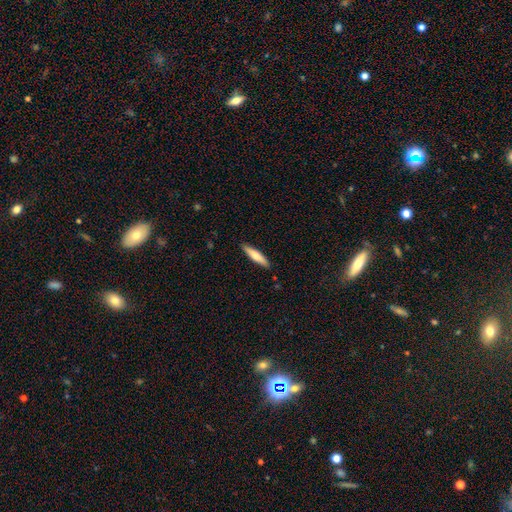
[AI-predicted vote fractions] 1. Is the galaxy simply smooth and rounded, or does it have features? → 70% smooth, 25% featured or disk, 5% star or artifact.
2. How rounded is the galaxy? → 83% cigar-shaped, 15% in between, 1% round.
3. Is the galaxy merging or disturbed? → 89% none, 8% minor disturbance, 2% major disturbance, 1% merger.